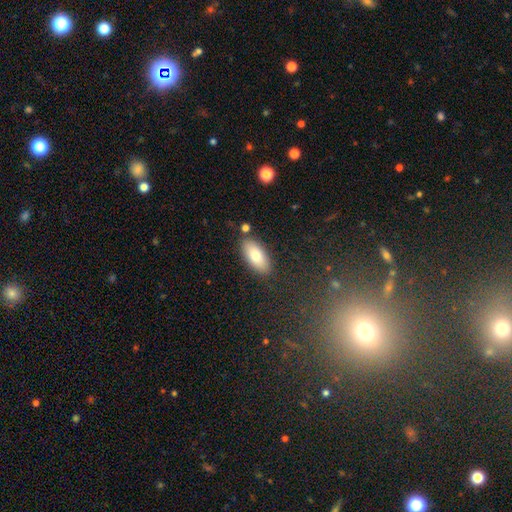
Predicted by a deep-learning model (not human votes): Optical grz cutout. It shows a smooth galaxy with no disk features (79%) that is in between round and cigar-shaped (89%). Merging: none (83%).